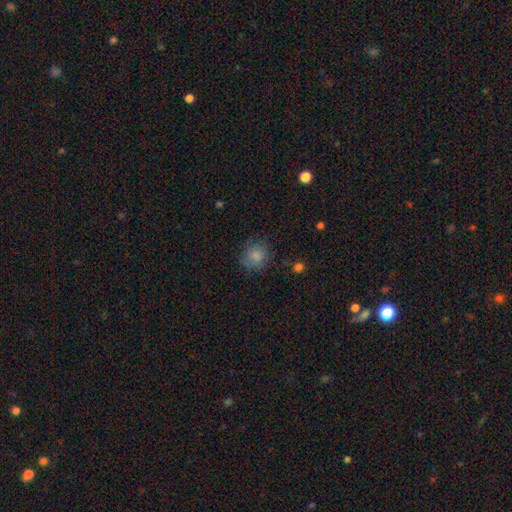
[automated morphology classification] Overall: smooth (82%). How rounded: round (82%). Merging: none (76%).